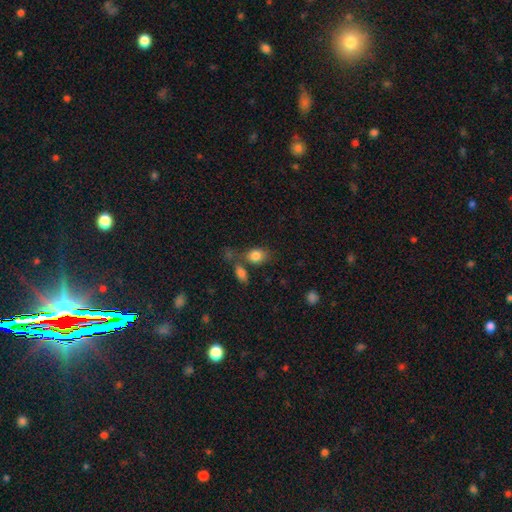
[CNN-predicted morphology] Overall: smooth (84%). How rounded: in between (69%; round 30%). Merging: none (57%; merger 22%).